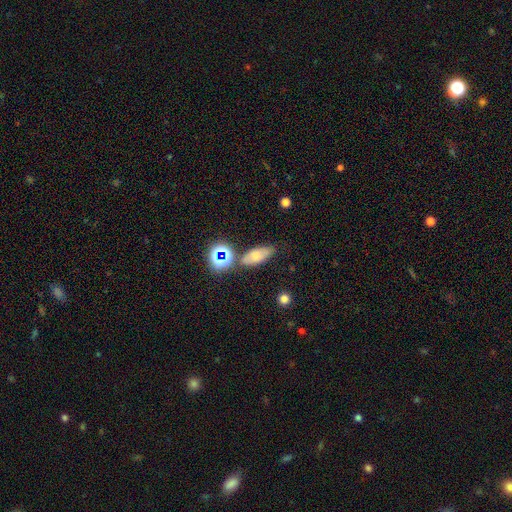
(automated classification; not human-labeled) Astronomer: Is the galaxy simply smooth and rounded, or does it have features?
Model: smooth — 48% (runner-up: star or artifact, 28%).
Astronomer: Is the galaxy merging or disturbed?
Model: none — 70%.